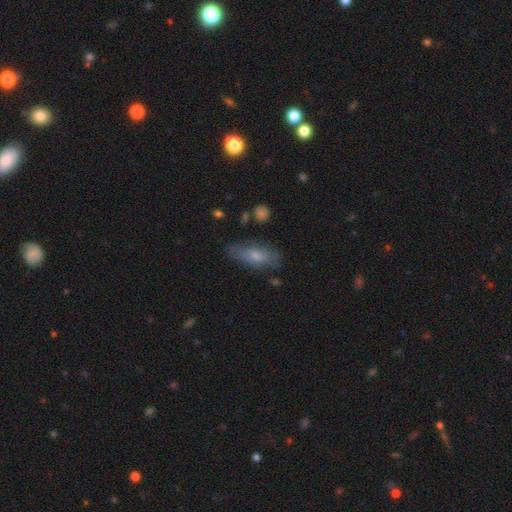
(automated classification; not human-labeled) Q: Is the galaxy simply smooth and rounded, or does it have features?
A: smooth — 57%.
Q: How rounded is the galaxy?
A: in between — 76%.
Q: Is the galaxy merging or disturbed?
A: none — 67%.